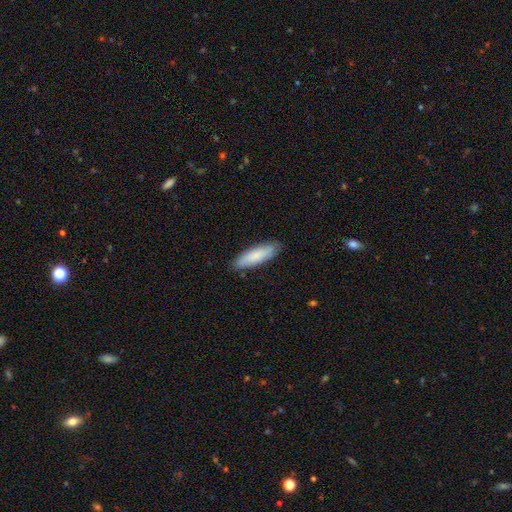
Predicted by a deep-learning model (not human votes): This is clearly a smooth galaxy (82%). How rounded: possibly cigar-shaped (59%). Merging: clearly none (86%).